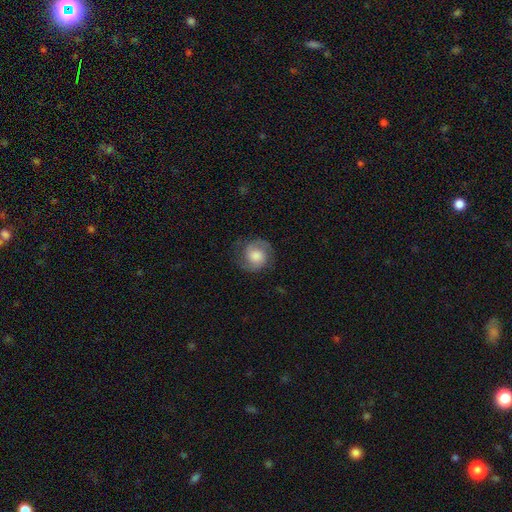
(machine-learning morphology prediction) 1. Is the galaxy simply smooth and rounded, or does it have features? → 56% featured or disk, 36% smooth, 8% star or artifact.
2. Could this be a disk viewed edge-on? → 98% no, 2% yes.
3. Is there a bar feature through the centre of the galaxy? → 67% no, 28% weak, 5% strong.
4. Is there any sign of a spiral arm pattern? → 91% yes, 9% no.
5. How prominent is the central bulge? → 38% large, 33% moderate, 13% small, 9% none, 7% dominant.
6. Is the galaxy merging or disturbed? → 75% none, 16% minor disturbance, 8% major disturbance, 1% merger.